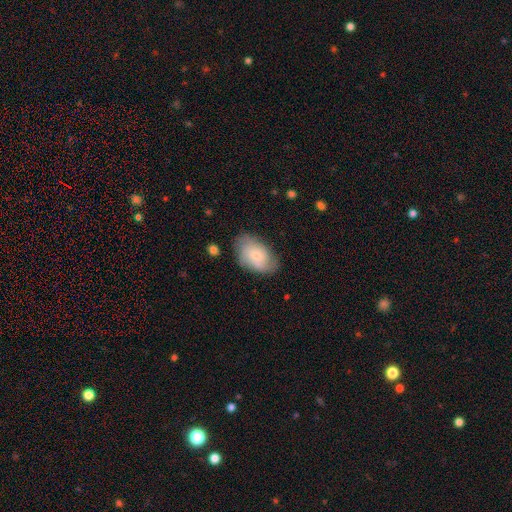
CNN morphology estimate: This appears to be a smooth galaxy with no disk features (58%) that is in between round and cigar-shaped (90%). Merging: none (70%).